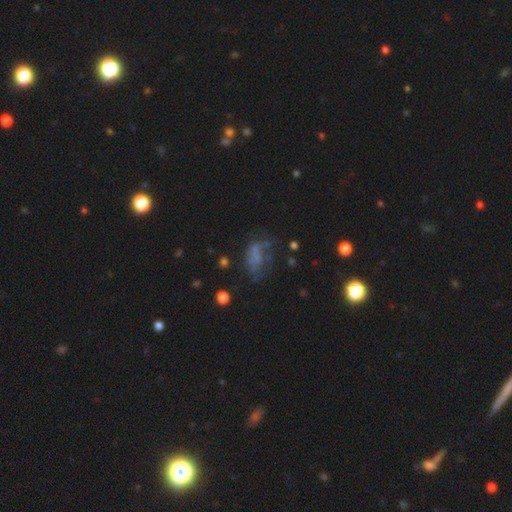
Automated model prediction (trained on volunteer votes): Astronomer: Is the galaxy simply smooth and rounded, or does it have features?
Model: smooth — 44% (runner-up: featured or disk, 33%).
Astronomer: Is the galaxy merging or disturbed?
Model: major disturbance — 38% (runner-up: none, 34%).